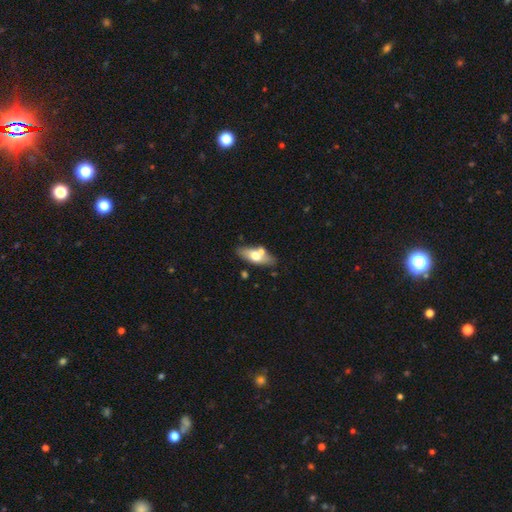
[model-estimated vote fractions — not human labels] Smooth or featured: smooth — 57% (featured or disk — 37%)
How rounded: in between — 71% (cigar-shaped — 26%)
Merging: none — 66% (merger — 16%)